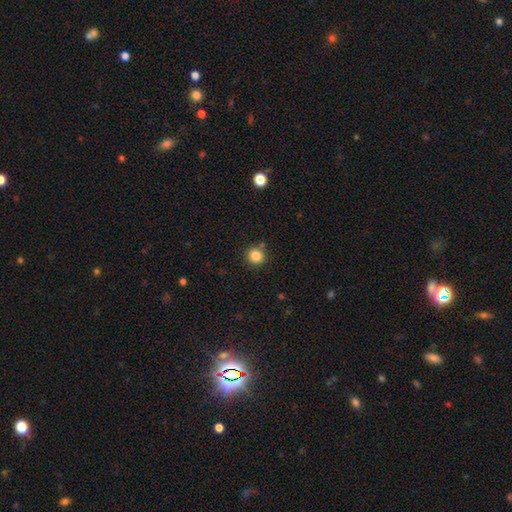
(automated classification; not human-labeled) smooth-or-featured: smooth: 85% | star or artifact: 11% | featured or disk: 4%
  how-rounded: round: 89% | in between: 10% | cigar-shaped: 1%
  merging: none: 85% | minor disturbance: 8% | merger: 5% | major disturbance: 2%